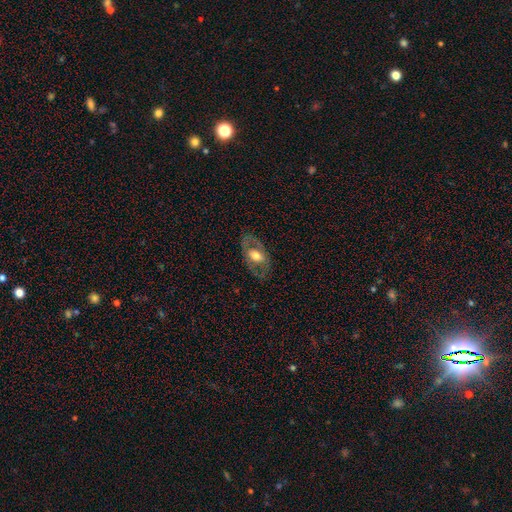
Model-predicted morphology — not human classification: smooth-or-featured: featured or disk: 54% | smooth: 40% | star or artifact: 6%
  disk-edge-on: no: 89% | yes: 11%
  merging: none: 75% | minor disturbance: 16% | major disturbance: 8% | merger: 1%